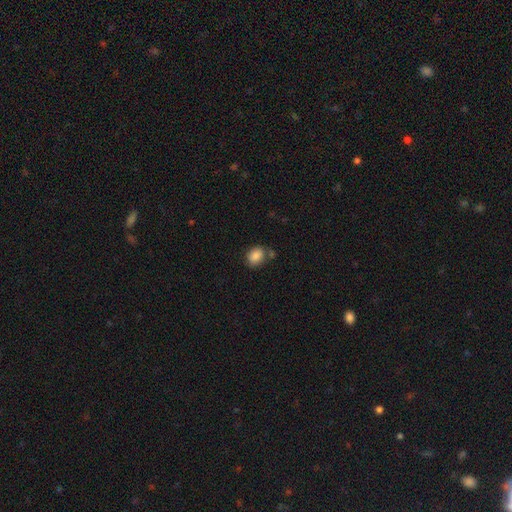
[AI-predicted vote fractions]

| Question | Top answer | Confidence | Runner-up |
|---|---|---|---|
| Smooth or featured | smooth | 86% | star or artifact (8%) |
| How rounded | in between | 63% | round (36%) |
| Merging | none | 67% | minor disturbance (16%) |